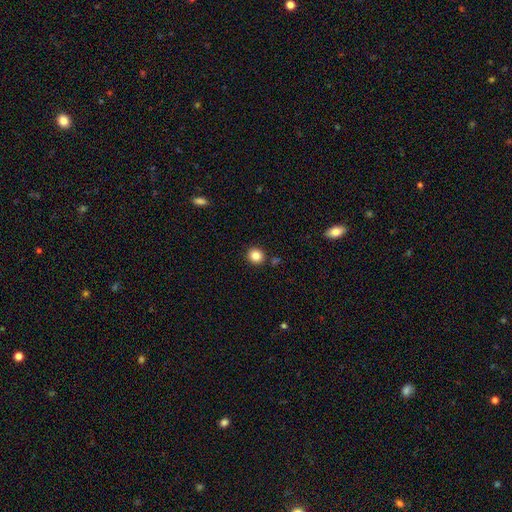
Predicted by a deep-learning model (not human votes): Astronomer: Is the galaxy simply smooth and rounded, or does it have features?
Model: smooth — 85%.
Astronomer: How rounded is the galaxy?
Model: round — 91%.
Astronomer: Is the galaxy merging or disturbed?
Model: none — 89%.